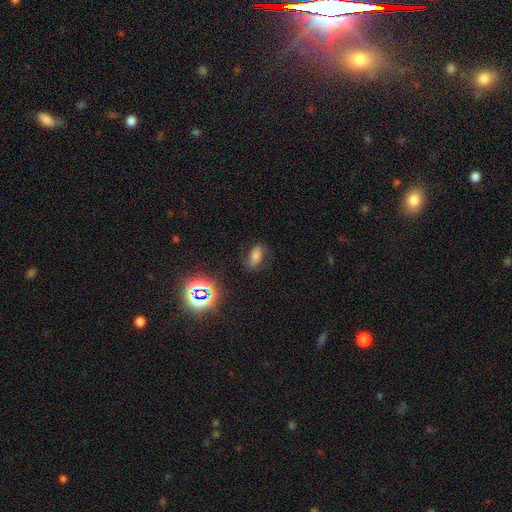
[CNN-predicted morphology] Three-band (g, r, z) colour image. It shows a smooth galaxy with no disk features (55%) that is in between round and cigar-shaped (86%). Merging: none (75%).